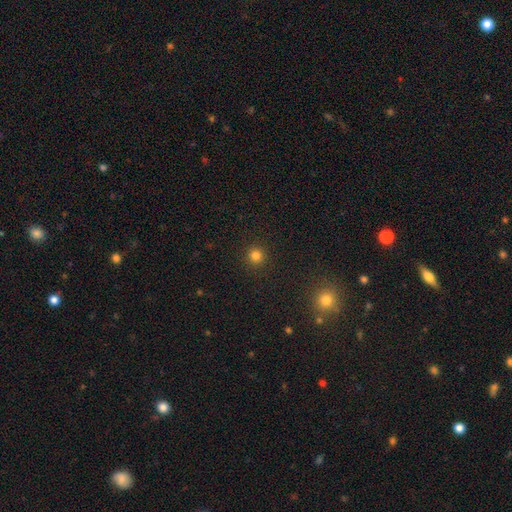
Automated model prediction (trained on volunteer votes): Smooth or featured? smooth (81%)
How rounded? round (94%)
Merging? none (92%)